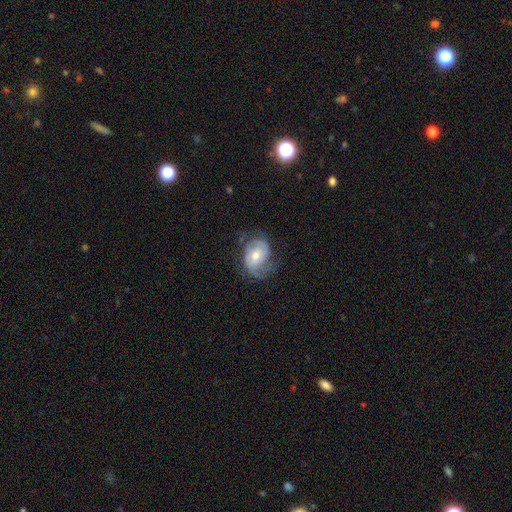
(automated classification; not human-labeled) Smooth or featured?
  - featured or disk: 61% *
  - smooth: 31%
  - star or artifact: 7%
Edge-on disk?
  - no: 96% *
  - yes: 4%
Bar?
  - no: 63% *
  - weak: 29%
  - strong: 8%
Spiral arms?
  - yes: 81% *
  - no: 19%
Bulge size?
  - moderate: 58% *
  - small: 35%
  - large: 5%
  - none: 1%
  - dominant: 1%
Merging?
  - none: 49% *
  - minor disturbance: 27%
  - major disturbance: 22%
  - merger: 2%